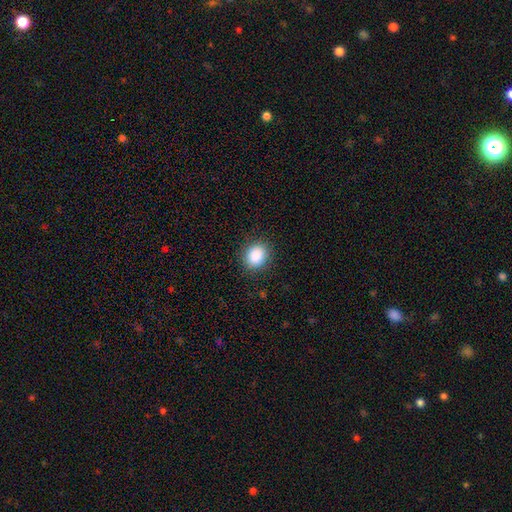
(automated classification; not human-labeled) The model was most divided on "how rounded": round: 66%, in between: 33%, cigar-shaped: 1%. More confident: merging — none (89%); smooth or featured — smooth (88%).